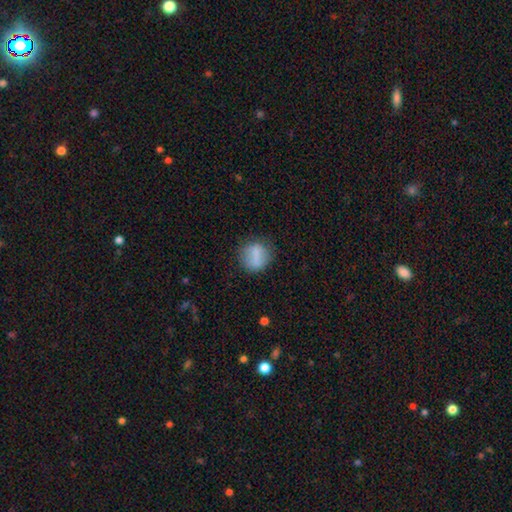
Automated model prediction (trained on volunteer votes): This is likely a smooth galaxy (74%). How rounded: likely round (74%). Merging: likely none (75%).